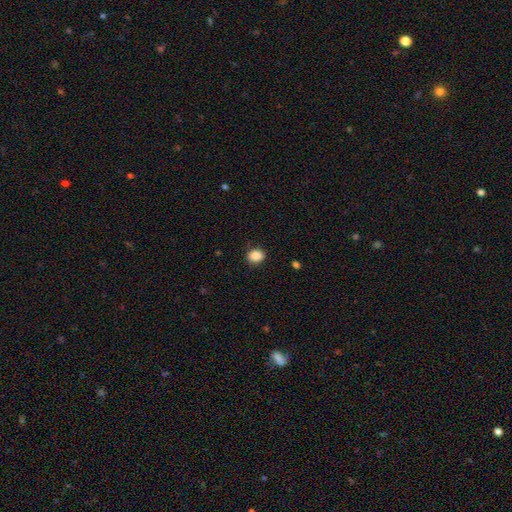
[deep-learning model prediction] The model was most divided on "how rounded": round: 57%, in between: 42%, cigar-shaped: 1%. More confident: smooth or featured — smooth (88%); merging — none (86%).